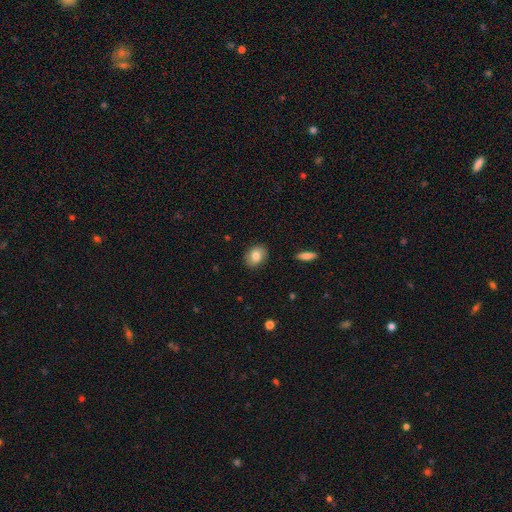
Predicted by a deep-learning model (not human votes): smooth 82%, featured or disk 11%, star or artifact 8%. Down the decision tree: how rounded — in between (63%); merging — none (88%).